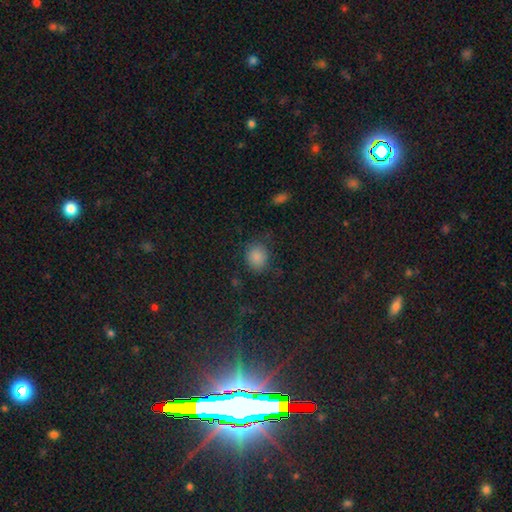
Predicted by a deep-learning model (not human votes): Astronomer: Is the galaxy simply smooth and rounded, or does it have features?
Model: smooth — 78%.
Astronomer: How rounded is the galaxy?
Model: round — 74%.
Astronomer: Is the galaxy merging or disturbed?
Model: none — 76%.